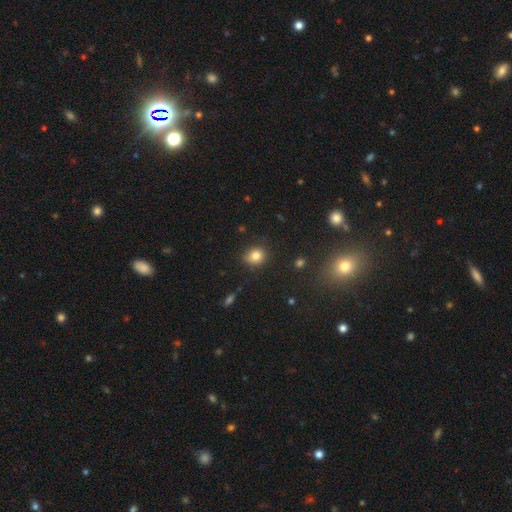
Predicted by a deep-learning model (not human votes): Q: Smooth or featured?
A: smooth (82%); runner-up: star or artifact (12%)
Q: How rounded?
A: round (72%); runner-up: in between (27%)
Q: Merging?
A: none (80%); runner-up: minor disturbance (15%)